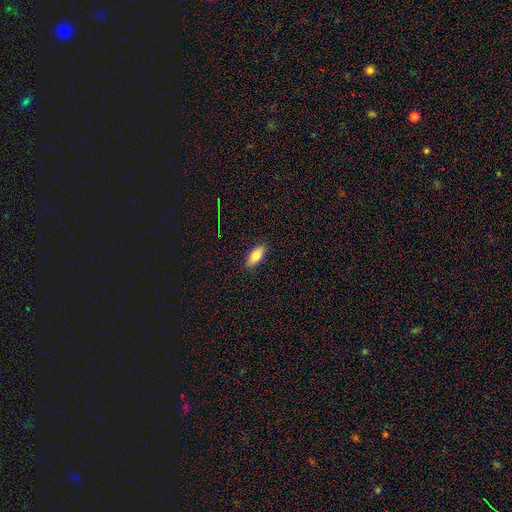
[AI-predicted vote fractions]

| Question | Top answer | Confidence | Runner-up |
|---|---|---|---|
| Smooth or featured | smooth | 81% | featured or disk (12%) |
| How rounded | in between | 83% | cigar-shaped (14%) |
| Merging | none | 88% | minor disturbance (9%) |